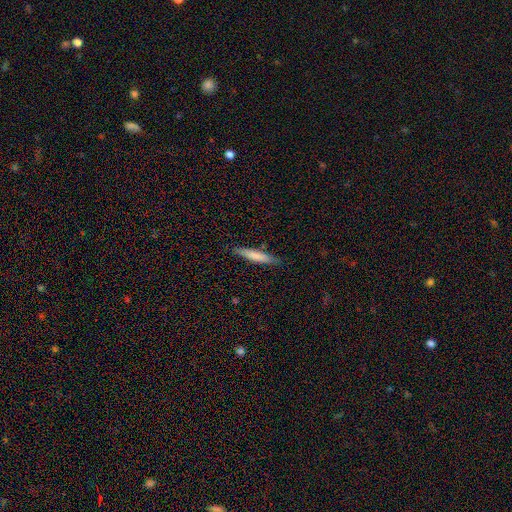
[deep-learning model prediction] Q: Smooth or featured?
A: smooth (73%); runner-up: featured or disk (21%)
Q: How rounded?
A: cigar-shaped (89%); runner-up: in between (10%)
Q: Merging?
A: none (86%); runner-up: minor disturbance (10%)